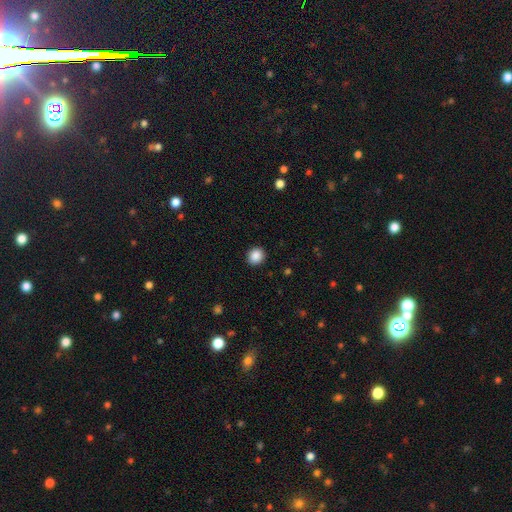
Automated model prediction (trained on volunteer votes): smooth 88%, star or artifact 9%, featured or disk 3%. Down the decision tree: how rounded — round (78%); merging — none (91%).